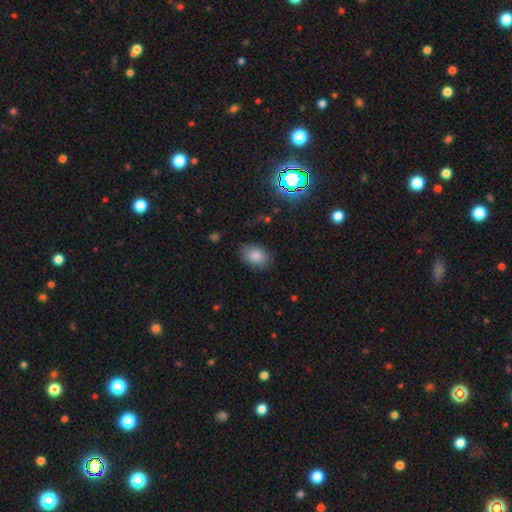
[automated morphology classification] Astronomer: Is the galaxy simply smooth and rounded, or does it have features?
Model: smooth — 83%.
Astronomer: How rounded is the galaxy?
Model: in between — 82%.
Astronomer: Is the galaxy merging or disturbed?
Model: none — 77%.